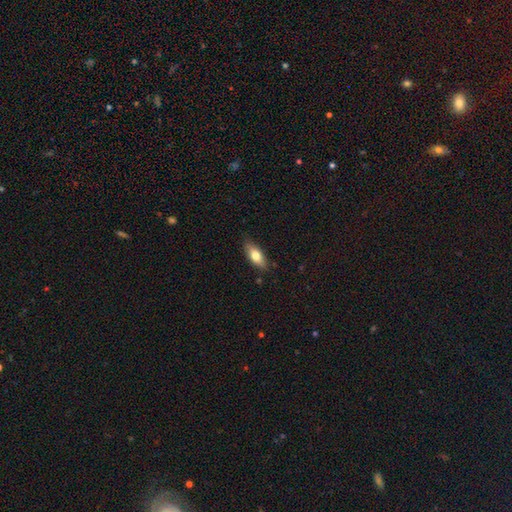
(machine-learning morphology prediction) A smooth galaxy with no disk features (74%) that is in between round and cigar-shaped (79%). Merging: none (82%).